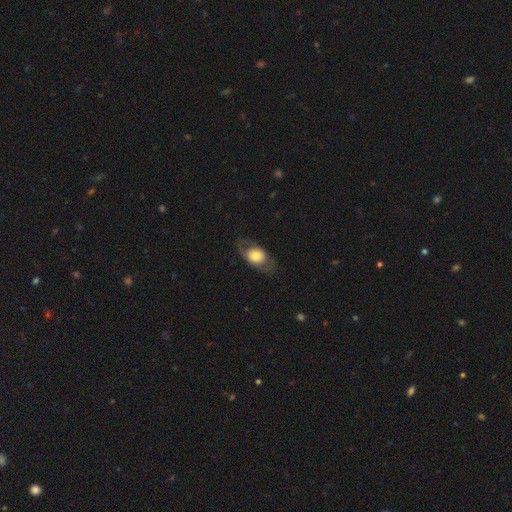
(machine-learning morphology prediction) Smooth or featured: smooth — 54% (featured or disk — 39%)
How rounded: in between — 66% (round — 31%)
Merging: none — 74% (minor disturbance — 14%)